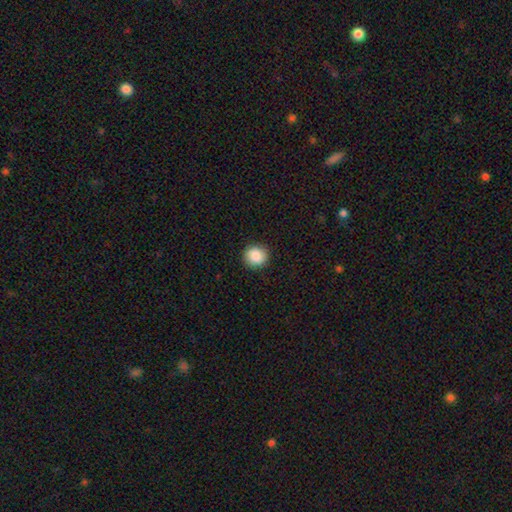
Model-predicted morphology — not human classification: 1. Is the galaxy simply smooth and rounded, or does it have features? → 88% smooth, 8% star or artifact, 4% featured or disk.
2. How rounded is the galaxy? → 89% round, 10% in between, 1% cigar-shaped.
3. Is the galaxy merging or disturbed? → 90% none, 7% minor disturbance, 2% major disturbance, 1% merger.